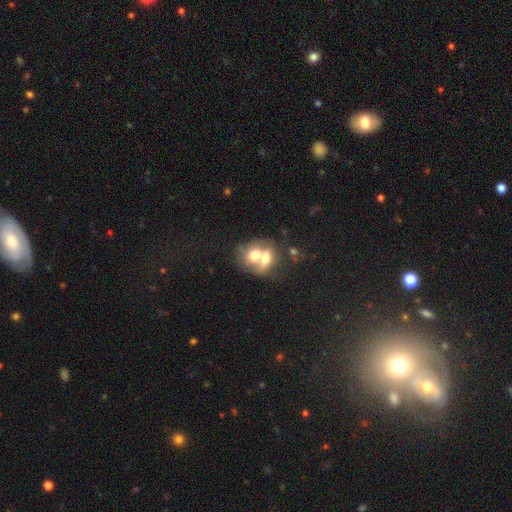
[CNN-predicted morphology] The model was most divided on "how rounded": round: 54%, in between: 44%, cigar-shaped: 1%. More confident: merging — merger (70%); smooth or featured — smooth (64%).